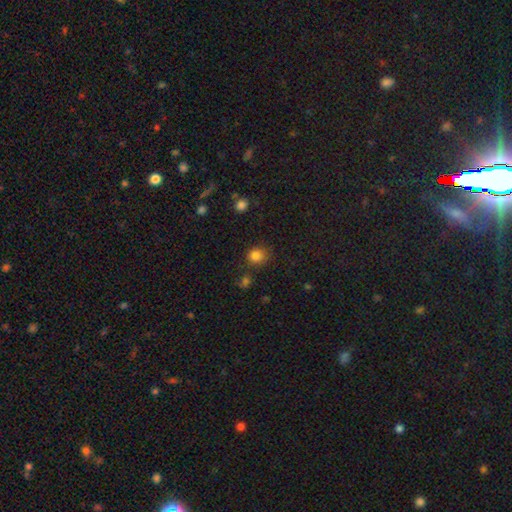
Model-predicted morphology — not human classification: The model was most divided on "how rounded": round: 81%, in between: 18%, cigar-shaped: 1%. More confident: smooth or featured — smooth (82%); merging — none (77%).